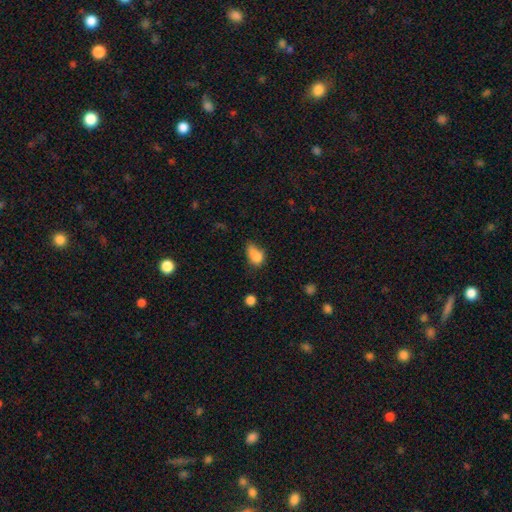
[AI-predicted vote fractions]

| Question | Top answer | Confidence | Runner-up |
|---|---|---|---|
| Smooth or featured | smooth | 79% | star or artifact (11%) |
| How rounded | in between | 82% | round (15%) |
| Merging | minor disturbance | 37% | none (32%) |